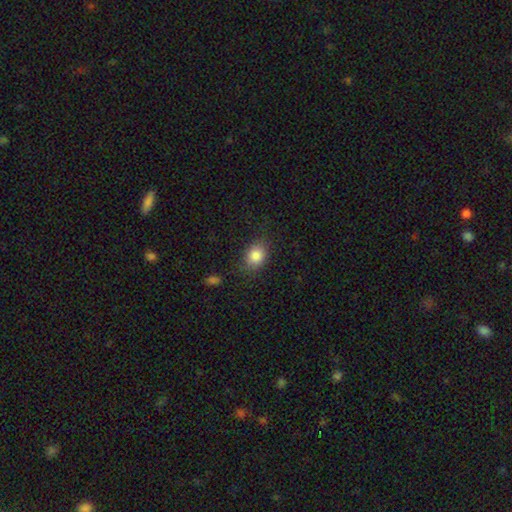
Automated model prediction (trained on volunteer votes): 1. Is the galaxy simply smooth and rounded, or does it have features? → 83% smooth, 9% star or artifact, 7% featured or disk.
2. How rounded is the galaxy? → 56% in between, 43% round, 1% cigar-shaped.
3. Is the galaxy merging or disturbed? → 77% none, 17% minor disturbance, 5% major disturbance, 2% merger.